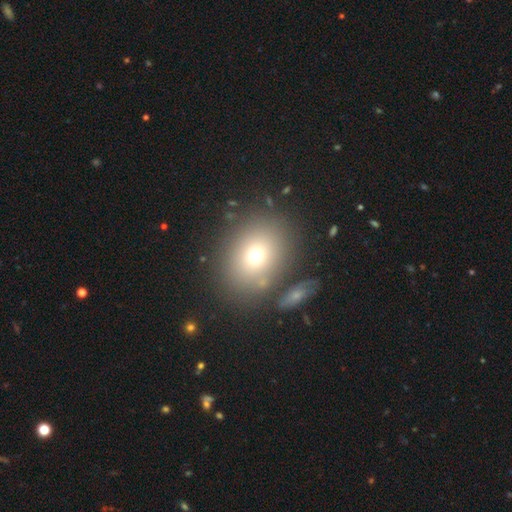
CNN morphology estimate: A smooth galaxy with no disk features (70%) that is round (52%).

Vote fractions:
- Smooth or featured? smooth: 70% / star or artifact: 15% / featured or disk: 14%
- How rounded? round: 52% / in between: 47% / cigar-shaped: 1%
- Merging? none: 77% / minor disturbance: 10% / merger: 9% / major disturbance: 4%